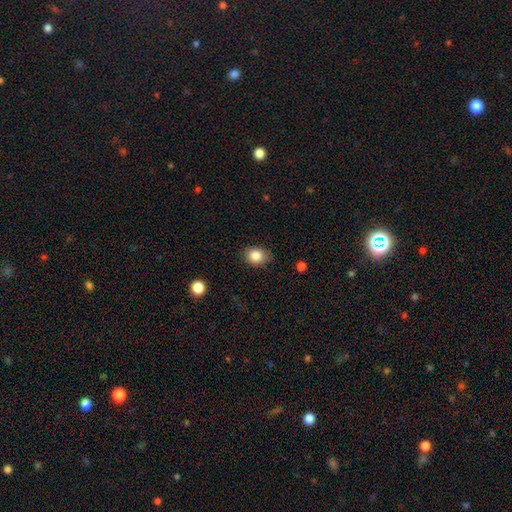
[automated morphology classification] The model was most divided on "how rounded": round: 55%, in between: 45%, cigar-shaped: 1%. More confident: smooth or featured — smooth (85%); merging — none (83%).